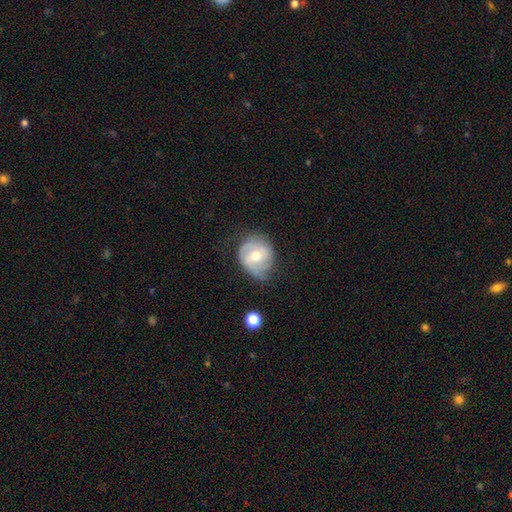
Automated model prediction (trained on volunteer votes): Smooth or featured: featured or disk — 65% (smooth — 28%)
Edge-on disk: no — 97% (yes — 3%)
Bar: no — 48% (weak — 41%)
Spiral arms: yes — 82% (no — 18%)
Spiral winding: tight — 41% (medium — 40%)
Spiral arm count: 2 — 57% (can't tell — 21%)
Bulge size: moderate — 69% (small — 25%)
Merging: none — 55% (minor disturbance — 30%)